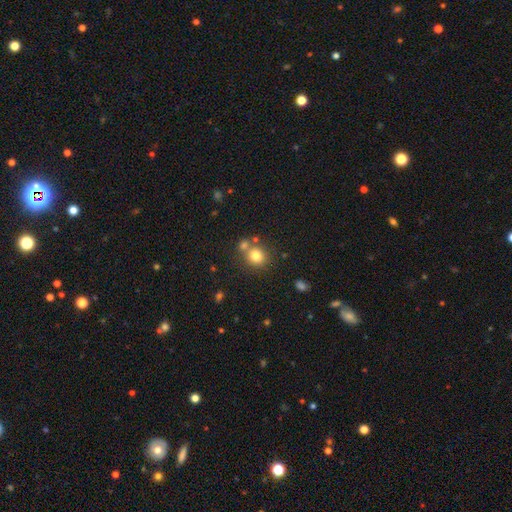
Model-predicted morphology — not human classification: Smooth or featured? smooth (78%)
How rounded? round (76%)
Merging? none (61%)